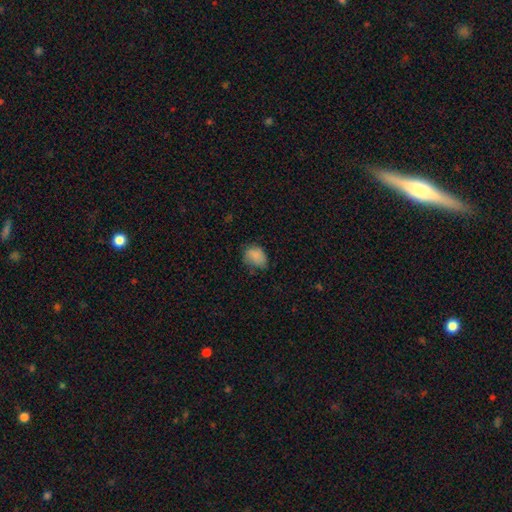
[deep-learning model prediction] The model was most divided on "merging": none: 57%, minor disturbance: 32%, major disturbance: 10%, merger: 2%. More confident: smooth or featured — smooth (83%); how rounded — in between (65%).